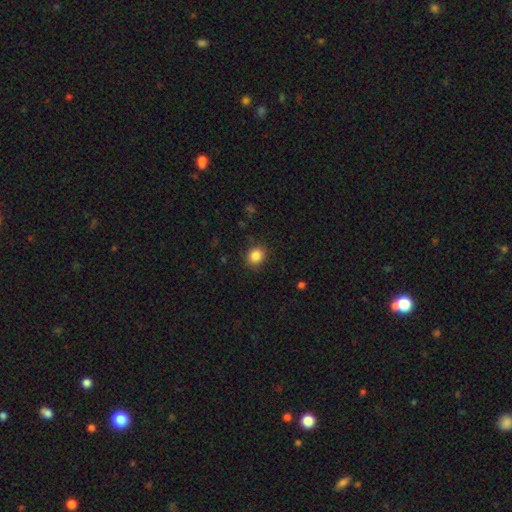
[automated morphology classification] A smooth galaxy with no disk features (86%) that is round (73%). Merging: none (87%).